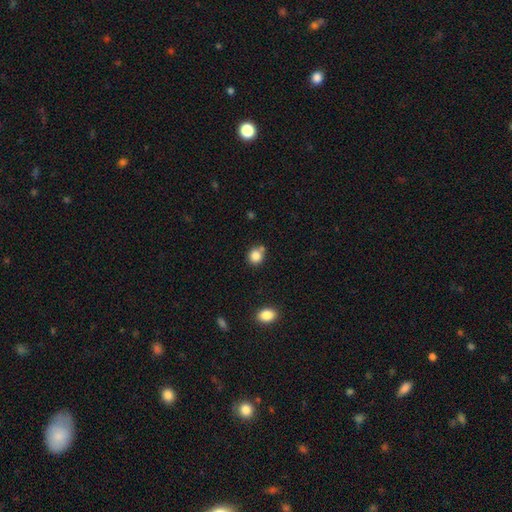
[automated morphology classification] Smooth or featured? Predicted: smooth (p=0.84). How rounded? Predicted: round (p=0.82). Merging? Predicted: none (p=0.65).